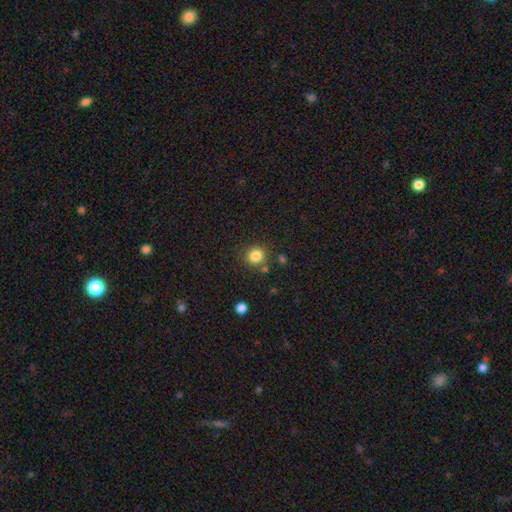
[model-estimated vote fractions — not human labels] Smooth or featured? smooth (84%)
How rounded? round (92%)
Merging? none (82%)